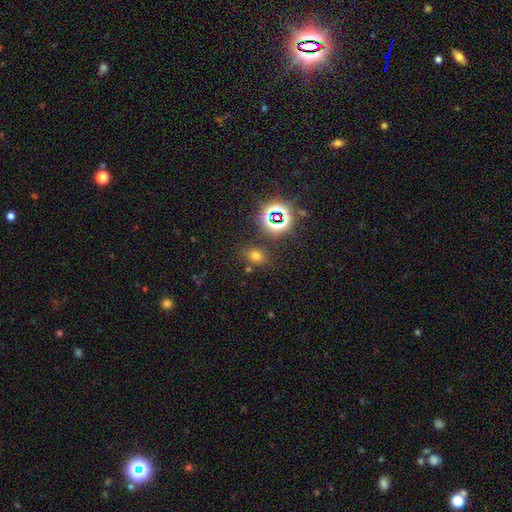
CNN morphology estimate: Smooth or featured? Predicted: smooth (p=0.61). How rounded? Predicted: in between (p=0.53). Merging? Predicted: none (p=0.78).